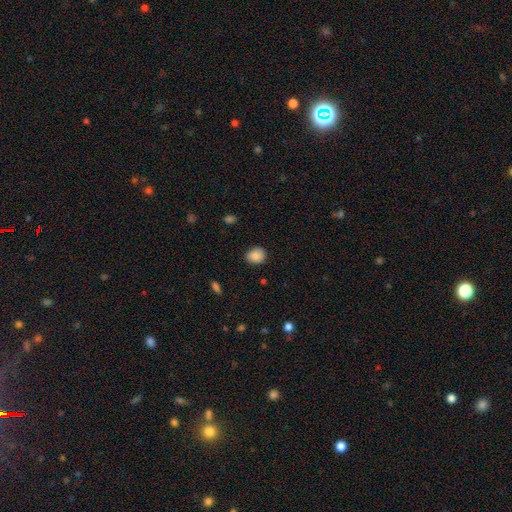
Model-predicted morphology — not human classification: A smooth galaxy with no disk features (87%) that is round (63%). Merging: none (83%).